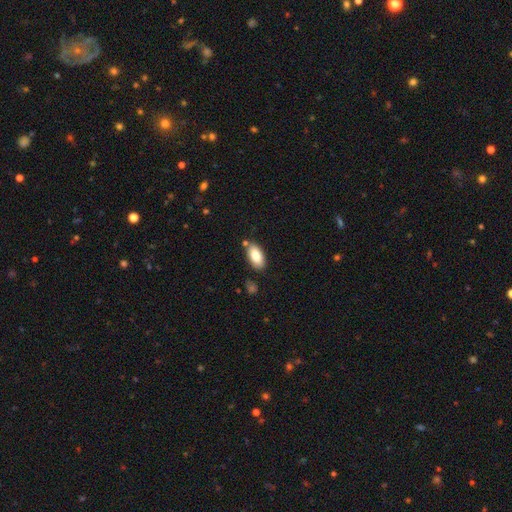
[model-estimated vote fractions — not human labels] The model was most divided on "merging": none: 77%, minor disturbance: 14%, merger: 6%, major disturbance: 3%. More confident: how rounded — in between (92%); smooth or featured — smooth (85%).